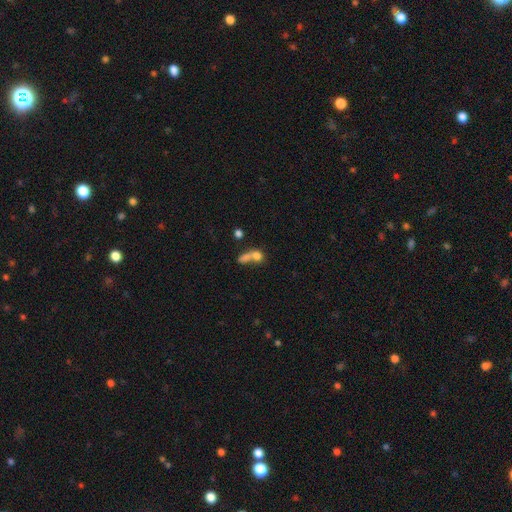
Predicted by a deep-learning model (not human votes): Smooth or featured?
  - smooth: 65% *
  - featured or disk: 19%
  - star or artifact: 17%
How rounded?
  - round: 50% *
  - in between: 41%
  - cigar-shaped: 9%
Merging?
  - merger: 53% *
  - none: 30%
  - major disturbance: 8%
  - minor disturbance: 8%